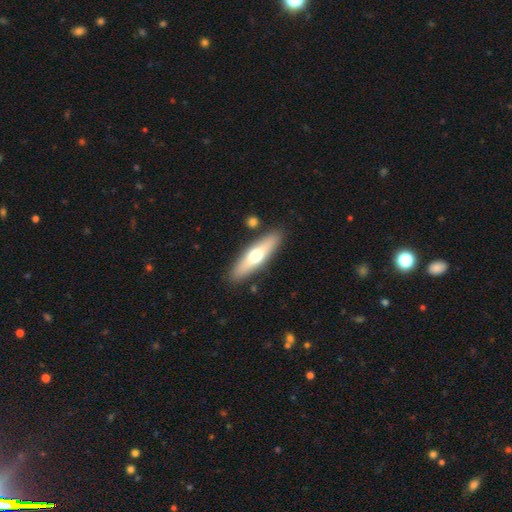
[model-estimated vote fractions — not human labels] smooth-or-featured: smooth: 53% | featured or disk: 42% | star or artifact: 5%
  how-rounded: cigar-shaped: 68% | in between: 30% | round: 2%
  merging: none: 87% | minor disturbance: 8% | merger: 3% | major disturbance: 2%